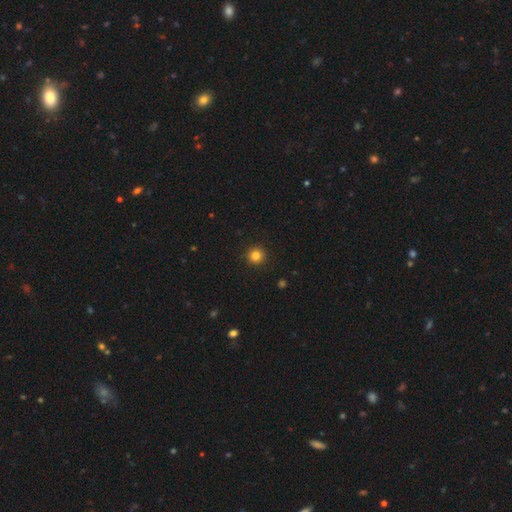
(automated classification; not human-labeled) Overall: smooth (83%). How rounded: round (95%). Merging: none (93%).